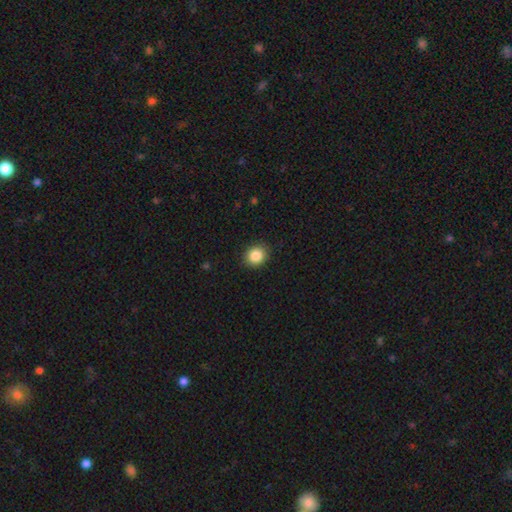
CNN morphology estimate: Smooth or featured? smooth (86%)
How rounded? round (71%)
Merging? none (89%)